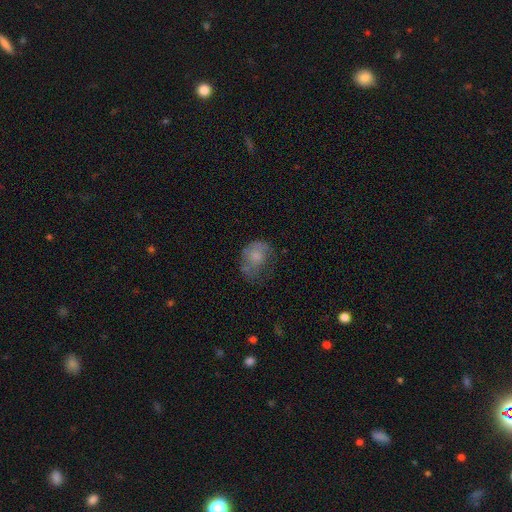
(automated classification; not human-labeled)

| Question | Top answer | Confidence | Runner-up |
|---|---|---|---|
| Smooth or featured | smooth | 61% | featured or disk (29%) |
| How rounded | in between | 57% | round (42%) |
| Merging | none | 37% | minor disturbance (31%) |